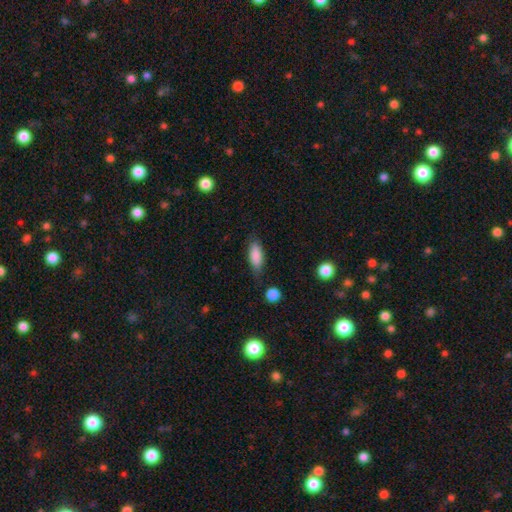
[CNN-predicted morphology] Smooth or featured: smooth — 85% (featured or disk — 8%)
How rounded: in between — 79% (cigar-shaped — 19%)
Merging: none — 70% (minor disturbance — 21%)